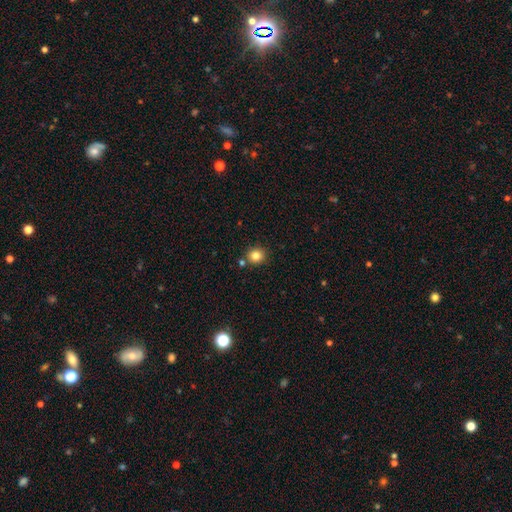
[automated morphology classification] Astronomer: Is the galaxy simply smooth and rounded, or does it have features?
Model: smooth — 82%.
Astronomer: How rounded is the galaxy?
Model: round — 88%.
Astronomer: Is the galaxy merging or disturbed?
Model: none — 84%.